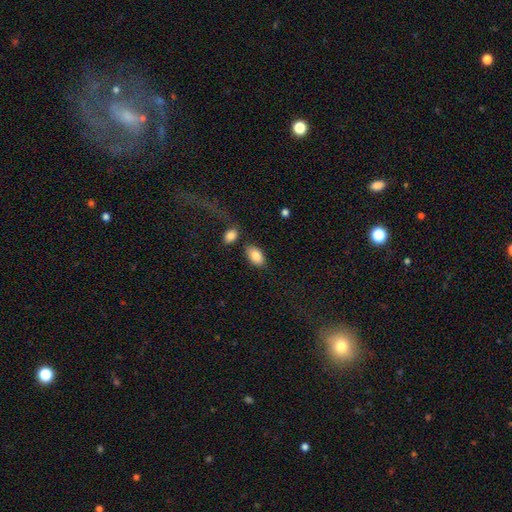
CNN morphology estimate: Smooth or featured?
  - smooth: 86% *
  - featured or disk: 8%
  - star or artifact: 7%
How rounded?
  - in between: 93% *
  - round: 5%
  - cigar-shaped: 2%
Merging?
  - none: 78% *
  - minor disturbance: 12%
  - merger: 7%
  - major disturbance: 4%